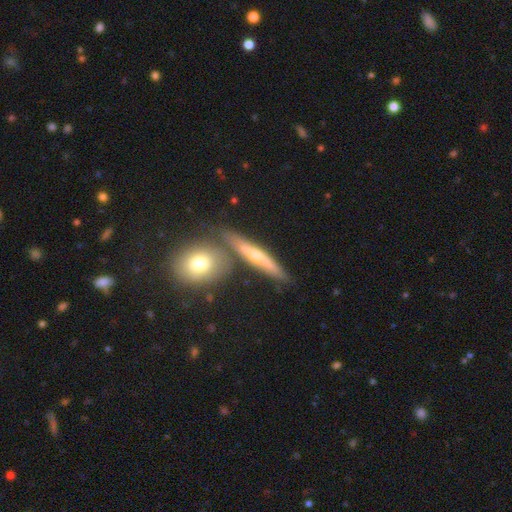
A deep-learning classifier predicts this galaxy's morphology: The model was most divided on "smooth or featured": featured or disk: 55%, smooth: 37%, star or artifact: 8%. More confident: edge-on disk — yes (87%); merging — none (72%).